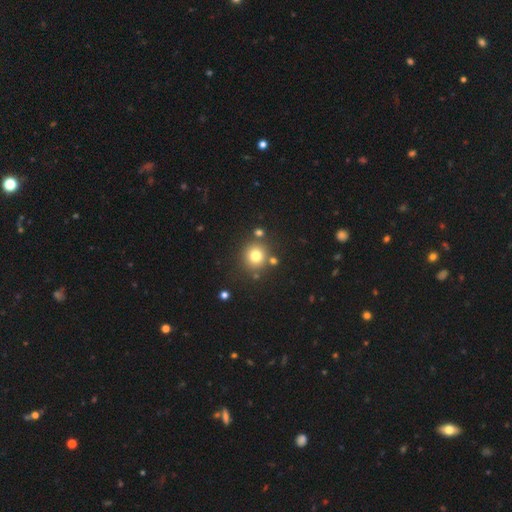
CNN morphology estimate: The model was most divided on "smooth or featured": smooth: 76%, star or artifact: 14%, featured or disk: 9%. More confident: how rounded — round (91%); merging — none (81%).